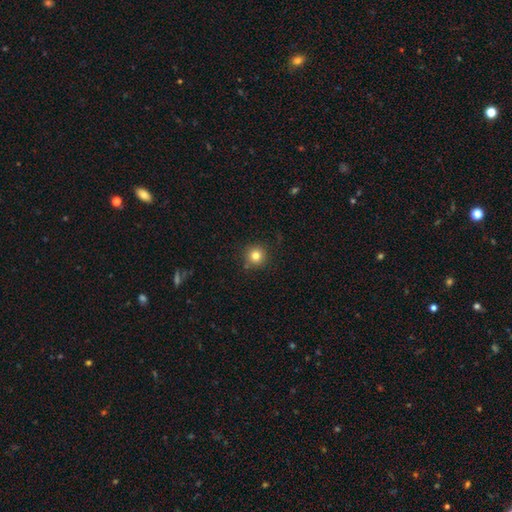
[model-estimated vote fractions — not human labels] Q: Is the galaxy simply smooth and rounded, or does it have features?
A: smooth — 81%.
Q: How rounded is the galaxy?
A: round — 95%.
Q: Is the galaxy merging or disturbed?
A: none — 88%.